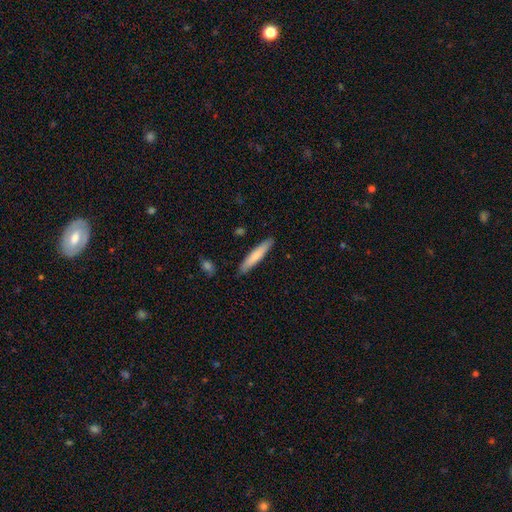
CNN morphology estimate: Smooth or featured? Predicted: smooth (p=0.76). How rounded? Predicted: cigar-shaped (p=0.91). Merging? Predicted: none (p=0.89).